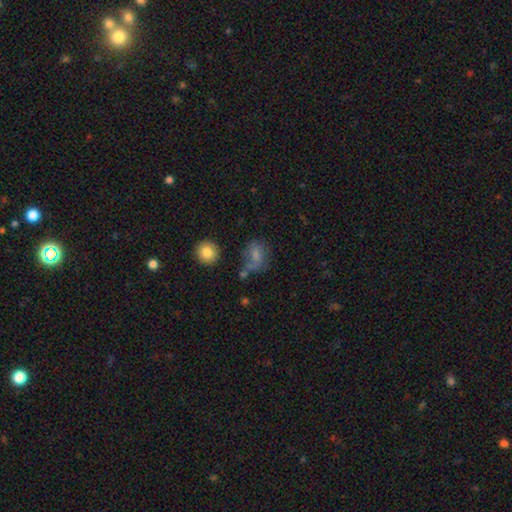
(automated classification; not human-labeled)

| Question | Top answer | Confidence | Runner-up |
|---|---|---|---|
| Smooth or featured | smooth | 69% | featured or disk (17%) |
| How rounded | in between | 55% | round (43%) |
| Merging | none | 48% | minor disturbance (25%) |